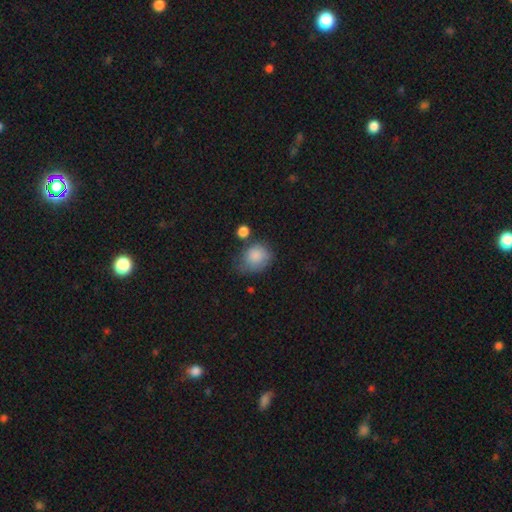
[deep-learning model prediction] smooth_or_featured: smooth (p=0.85) [alt: star or artifact p=0.08]
how_rounded: round (p=0.52) [alt: in between p=0.47]
merging: none (p=0.47) [alt: minor disturbance p=0.32]